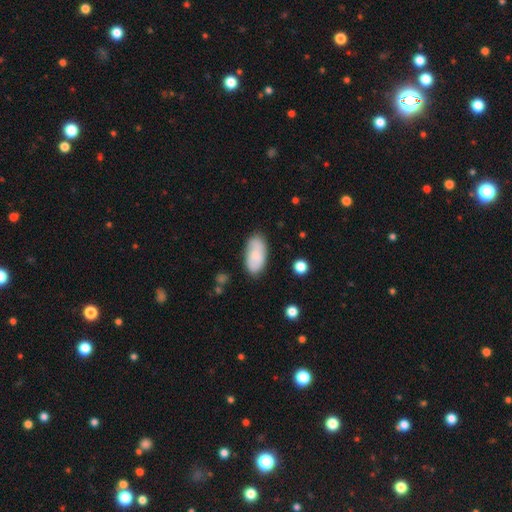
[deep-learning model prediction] Overall: smooth (69%). How rounded: in between (93%). Merging: none (74%).